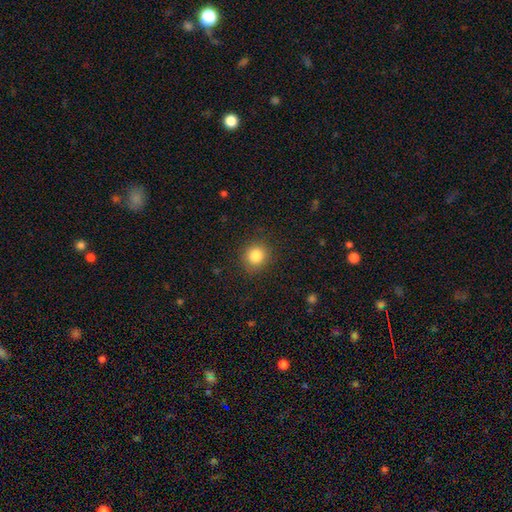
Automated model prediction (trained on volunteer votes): This appears to be a smooth galaxy with no disk features (83%) that is round (87%). Merging: none (89%).